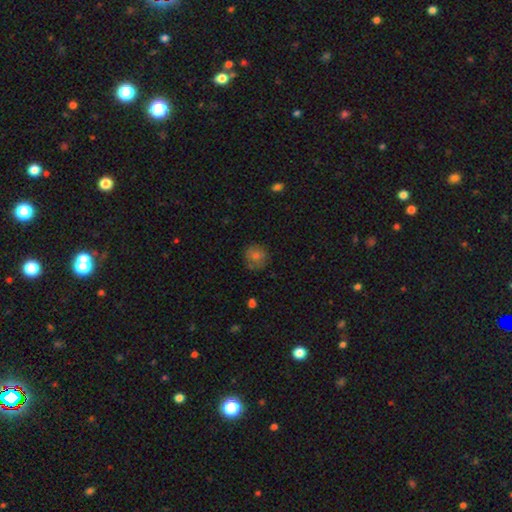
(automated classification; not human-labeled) A smooth galaxy with no disk features (66%) that is round (87%). Merging: none (77%).